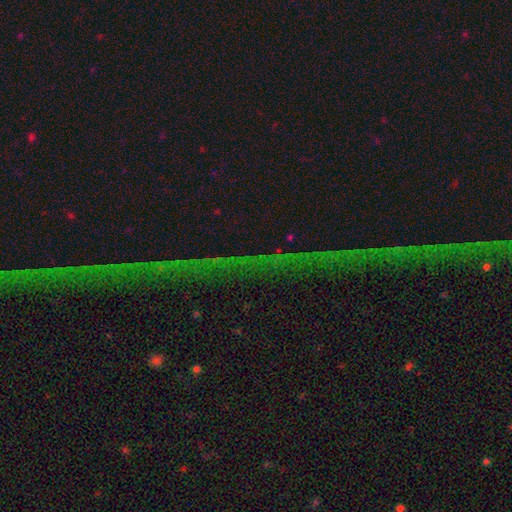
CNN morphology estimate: The model was most divided on "smooth or featured": star or artifact: 75%, featured or disk: 14%, smooth: 10%.